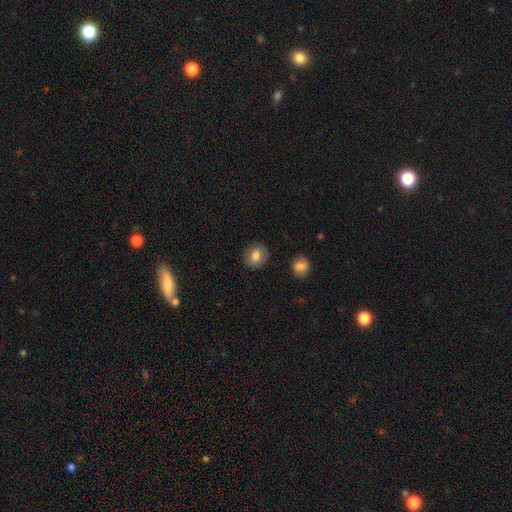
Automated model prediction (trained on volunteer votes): Smooth or featured: smooth — 78% (featured or disk — 14%)
How rounded: round — 74% (in between — 25%)
Merging: none — 86% (minor disturbance — 10%)